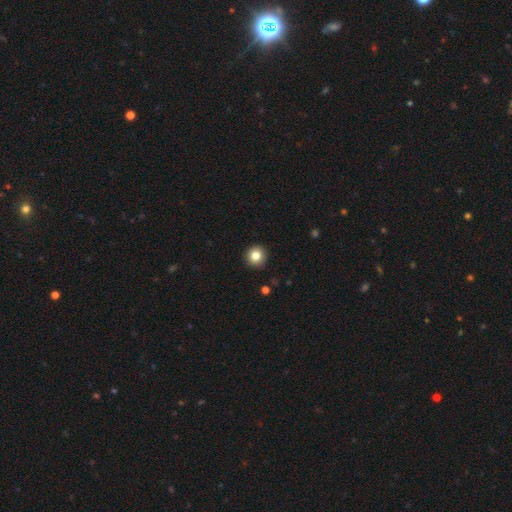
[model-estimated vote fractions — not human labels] Morphology: type=smooth (82%); roundness=round (94%); merging=none (93%).